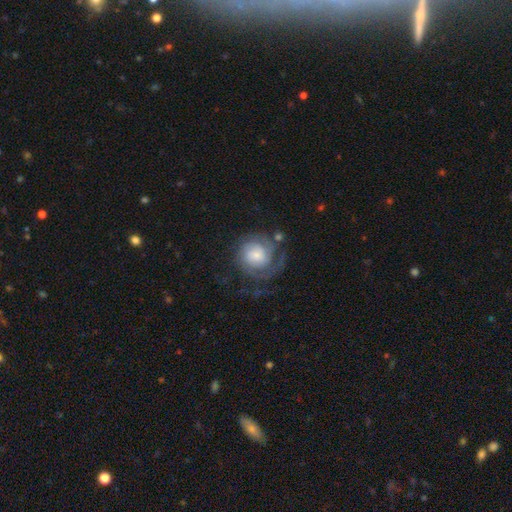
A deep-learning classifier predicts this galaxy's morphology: A featured or disk galaxy (72%) with no bar (66%), tight (59%) spiral arms (91%) and a small central bulge (40%). Merging: none (58%).